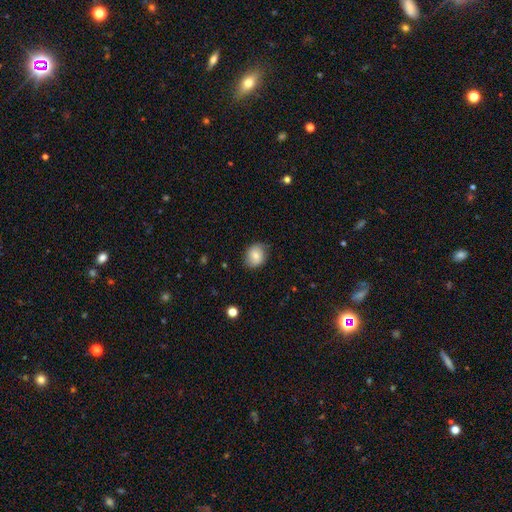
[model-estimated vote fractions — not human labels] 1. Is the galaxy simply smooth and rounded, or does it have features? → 74% smooth, 18% featured or disk, 8% star or artifact.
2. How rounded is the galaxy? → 55% round, 44% in between, 1% cigar-shaped.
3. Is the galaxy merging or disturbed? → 73% none, 21% minor disturbance, 5% major disturbance, 1% merger.